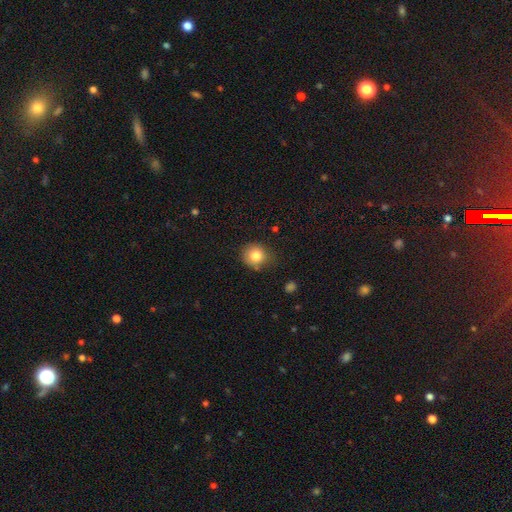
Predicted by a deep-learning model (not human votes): This is clearly a smooth galaxy (82%). How rounded: clearly round (85%). Merging: likely none (75%).